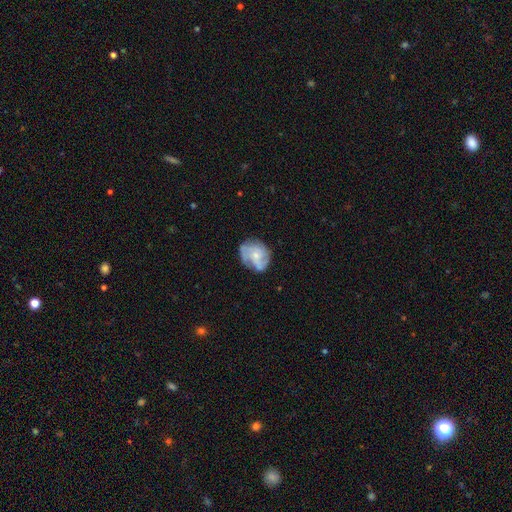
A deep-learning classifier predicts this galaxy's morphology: The model was most divided on "spiral winding": tight: 42%, medium: 41%, loose: 17%. Remaining: edge-on disk — no (98%); spiral arms — yes (84%); bar — no (76%); smooth or featured — featured or disk (68%); merging — none (62%); bulge size — small (60%); spiral arm count — 3 (30%).